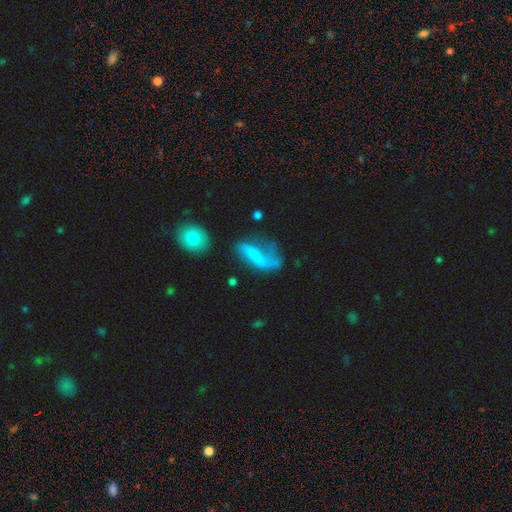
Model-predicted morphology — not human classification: Smooth or featured?
  - smooth: 46% *
  - featured or disk: 44%
  - star or artifact: 10%
Merging?
  - major disturbance: 42% *
  - none: 29%
  - minor disturbance: 21%
  - merger: 8%